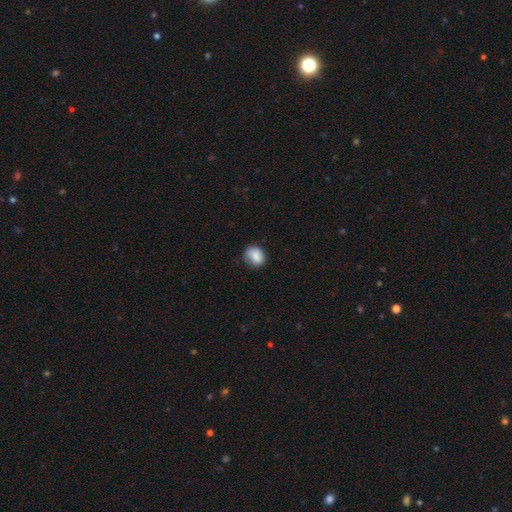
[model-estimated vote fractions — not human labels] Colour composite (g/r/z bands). It shows a smooth galaxy with no disk features (86%) that is round (60%). Merging: none (75%).